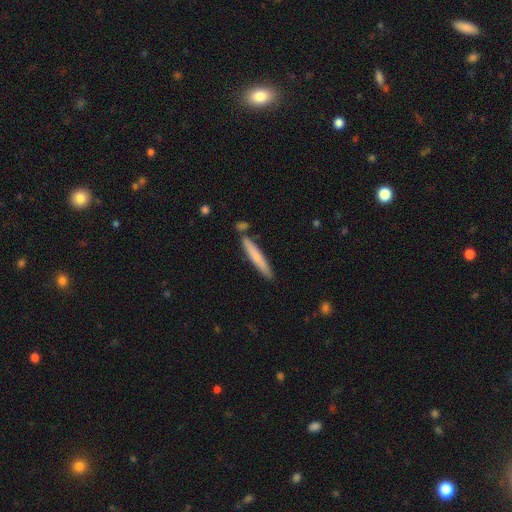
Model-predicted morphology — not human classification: The model was most divided on "smooth or featured": smooth: 69%, featured or disk: 25%, star or artifact: 5%. More confident: how rounded — cigar-shaped (95%); merging — none (81%).